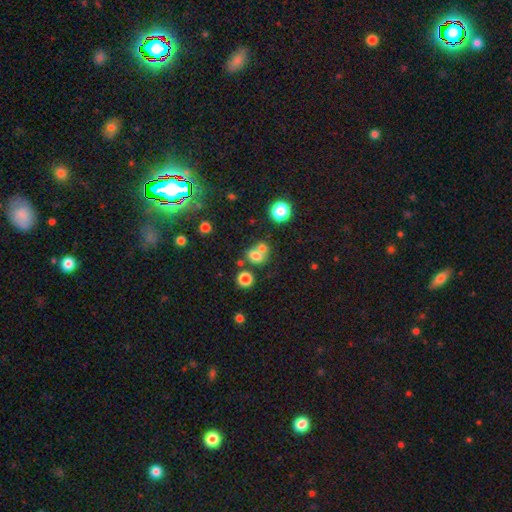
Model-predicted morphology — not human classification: smooth-or-featured: smooth: 70% | star or artifact: 16% | featured or disk: 14%
  how-rounded: round: 55% | in between: 44% | cigar-shaped: 1%
  merging: merger: 53% | none: 34% | minor disturbance: 8% | major disturbance: 5%